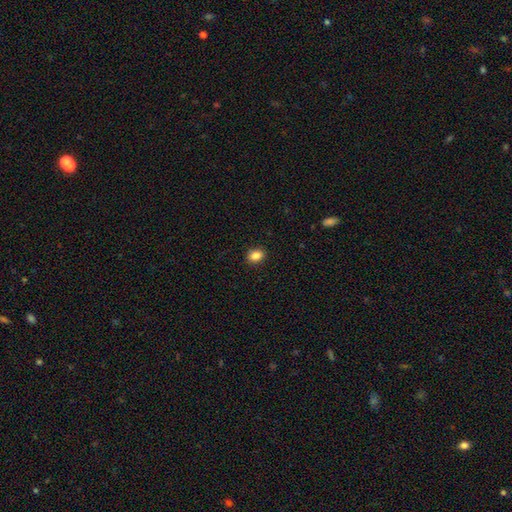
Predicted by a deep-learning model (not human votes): Smooth or featured? smooth (86%)
How rounded? in between (64%)
Merging? none (90%)